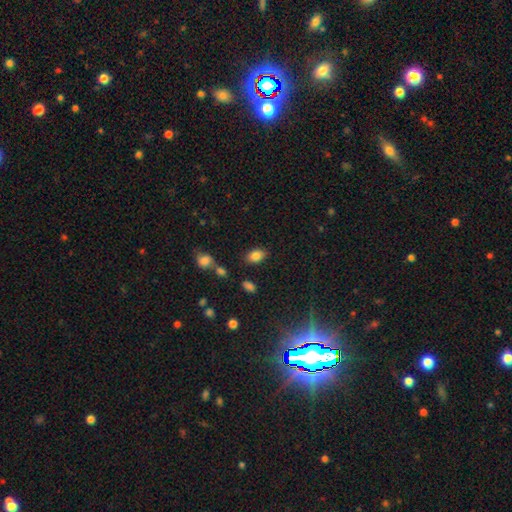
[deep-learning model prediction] Smooth or featured?
  - smooth: 84% *
  - star or artifact: 9%
  - featured or disk: 7%
How rounded?
  - in between: 87% *
  - round: 11%
  - cigar-shaped: 2%
Merging?
  - none: 82% *
  - minor disturbance: 11%
  - merger: 4%
  - major disturbance: 3%